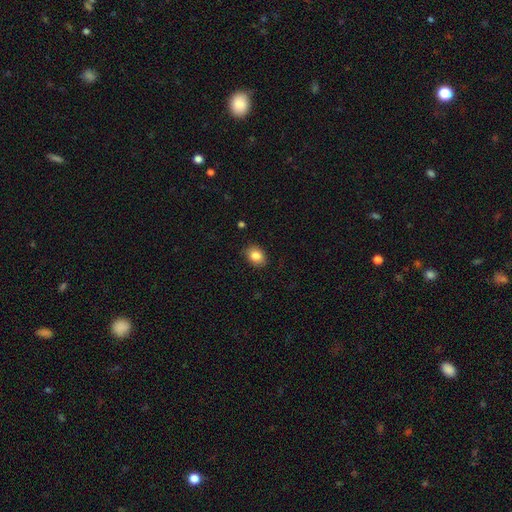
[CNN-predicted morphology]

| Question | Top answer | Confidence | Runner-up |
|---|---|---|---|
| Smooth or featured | smooth | 85% | star or artifact (9%) |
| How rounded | in between | 63% | round (36%) |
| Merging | none | 87% | minor disturbance (10%) |